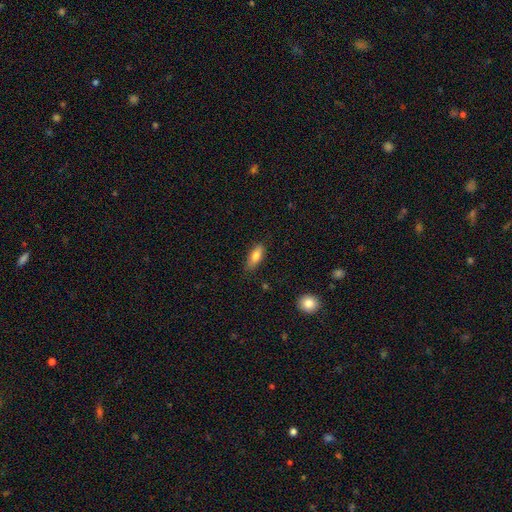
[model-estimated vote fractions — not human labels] This is likely a smooth galaxy (77%). How rounded: likely in between (74%). Merging: likely none (79%).